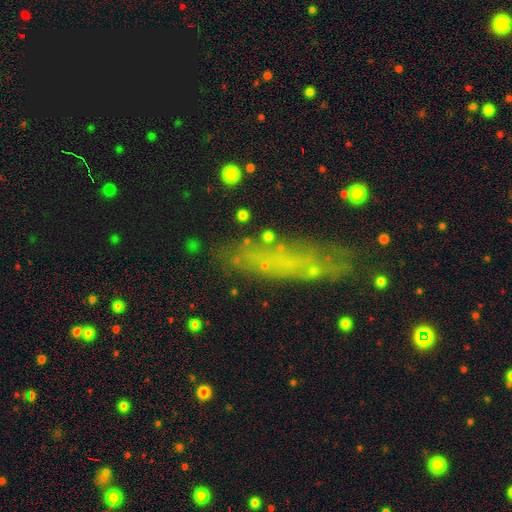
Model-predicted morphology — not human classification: This appears to be a smooth galaxy with no disk features (49%). Merging: none (73%).